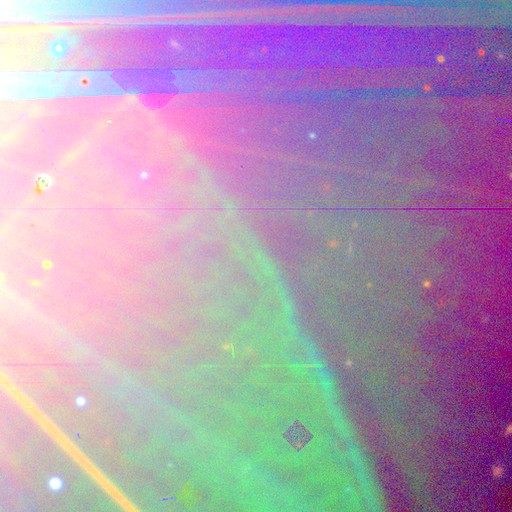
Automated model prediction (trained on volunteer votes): smooth-or-featured: star or artifact: 84% | featured or disk: 8% | smooth: 8%